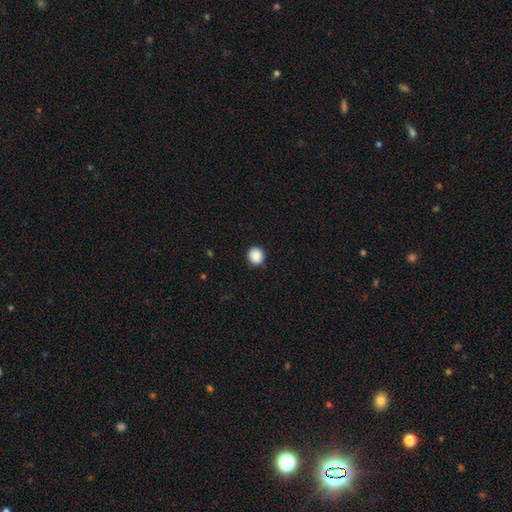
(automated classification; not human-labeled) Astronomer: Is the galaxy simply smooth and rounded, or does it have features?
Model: smooth — 89%.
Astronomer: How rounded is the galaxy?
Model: round — 82%.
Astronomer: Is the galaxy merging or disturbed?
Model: none — 89%.